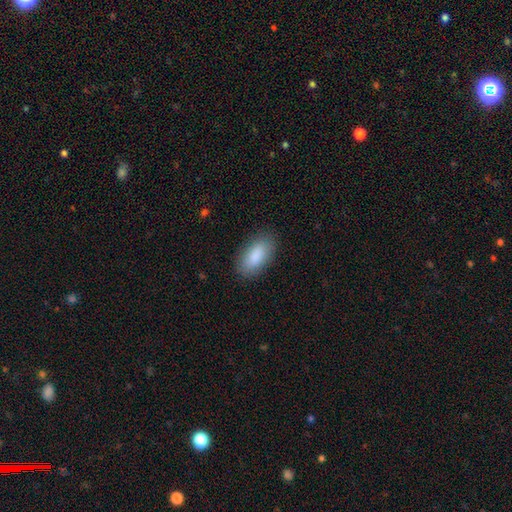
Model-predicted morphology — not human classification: smooth 88%, star or artifact 6%, featured or disk 6%. Down the decision tree: how rounded — in between (90%); merging — none (86%).